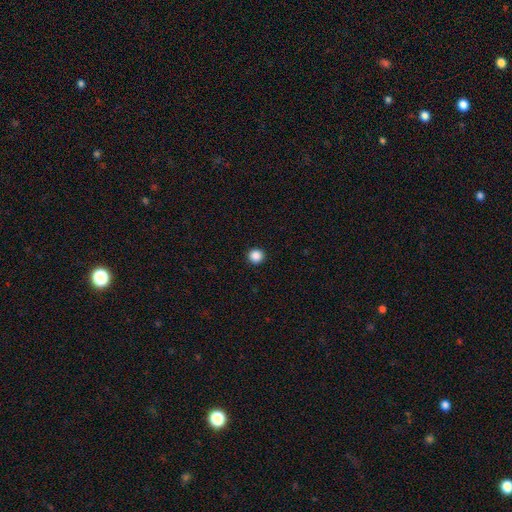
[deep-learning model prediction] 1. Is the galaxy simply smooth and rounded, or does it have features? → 87% smooth, 10% star or artifact, 3% featured or disk.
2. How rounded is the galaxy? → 96% round, 3% in between, 1% cigar-shaped.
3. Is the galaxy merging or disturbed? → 94% none, 4% minor disturbance, 1% major disturbance, 1% merger.